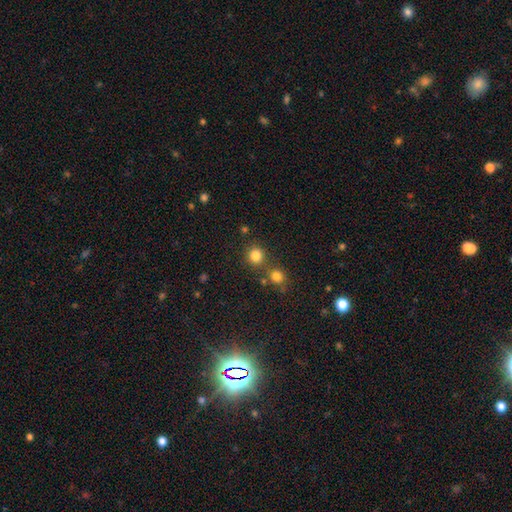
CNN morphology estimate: smooth-or-featured: smooth: 82% | star or artifact: 13% | featured or disk: 5%
  how-rounded: round: 91% | in between: 8% | cigar-shaped: 1%
  merging: none: 75% | merger: 15% | minor disturbance: 7% | major disturbance: 3%